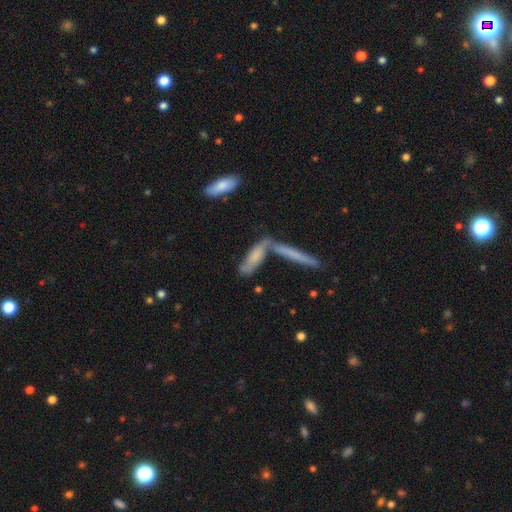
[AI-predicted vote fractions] Smooth or featured: smooth — 48% (featured or disk — 44%)
Merging: merger — 41% (tied with none — 41%)